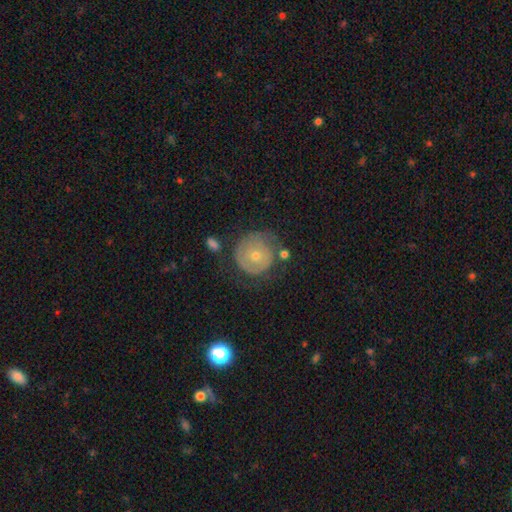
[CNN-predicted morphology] featured or disk 57%, smooth 34%, star or artifact 9%. Down the decision tree: edge-on disk — no (97%); bar — no (86%); spiral arms — yes (57%); bulge size — small (55%); merging — none (68%).